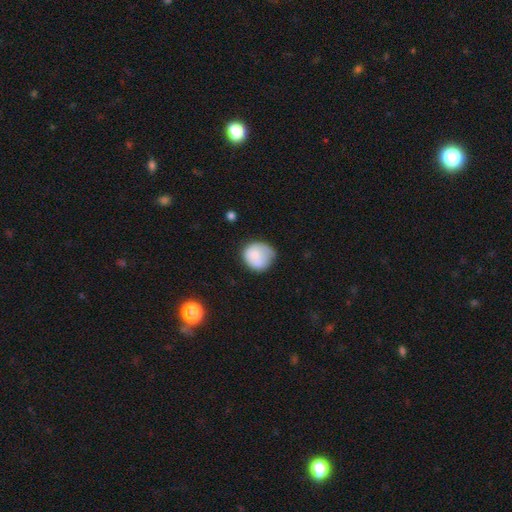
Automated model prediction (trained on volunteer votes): The model was most divided on "merging": none: 52%, minor disturbance: 33%, major disturbance: 13%, merger: 2%. More confident: how rounded — round (82%); smooth or featured — smooth (71%).